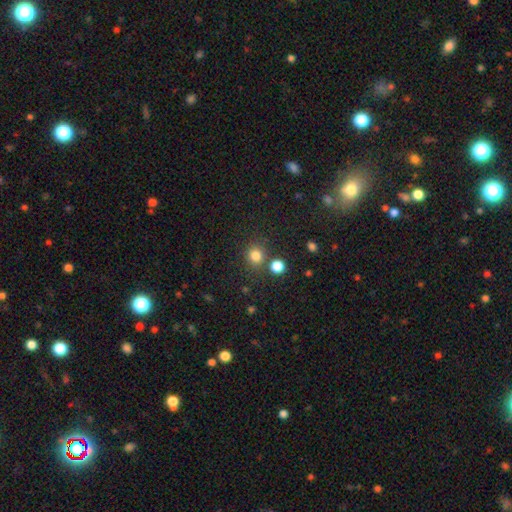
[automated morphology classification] Smooth or featured: smooth — 81% (star or artifact — 14%)
How rounded: round — 86% (in between — 13%)
Merging: none — 77% (merger — 11%)